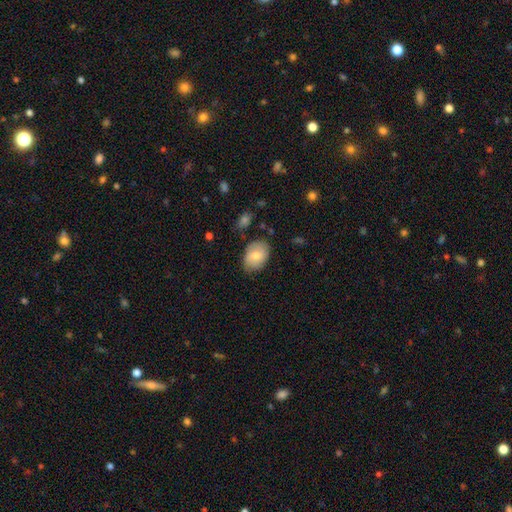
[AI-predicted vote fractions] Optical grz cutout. It shows a smooth galaxy with no disk features (74%) that is in between round and cigar-shaped (78%). Merging: none (77%).